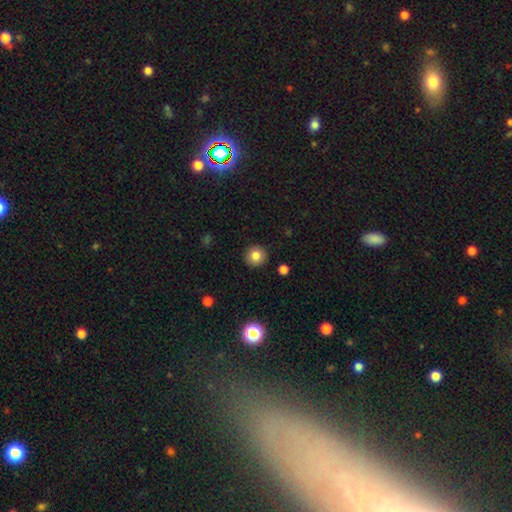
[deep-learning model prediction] Smooth or featured?
  - smooth: 83% *
  - star or artifact: 11%
  - featured or disk: 7%
How rounded?
  - round: 93% *
  - in between: 6%
  - cigar-shaped: 1%
Merging?
  - none: 91% *
  - minor disturbance: 6%
  - major disturbance: 2%
  - merger: 1%